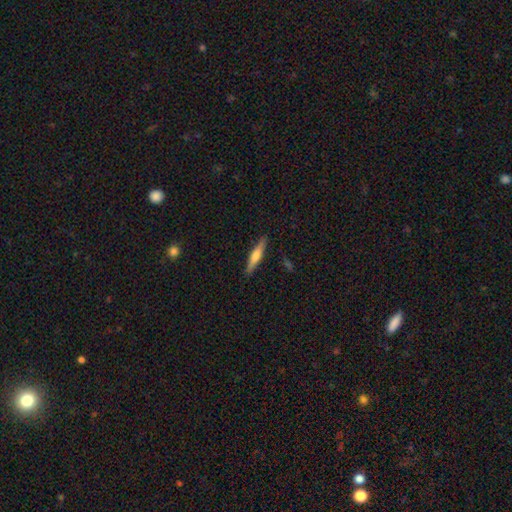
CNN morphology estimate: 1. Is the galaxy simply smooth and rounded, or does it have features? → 48% featured or disk, 46% smooth, 6% star or artifact.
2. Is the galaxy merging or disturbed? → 89% none, 8% minor disturbance, 2% major disturbance, 1% merger.